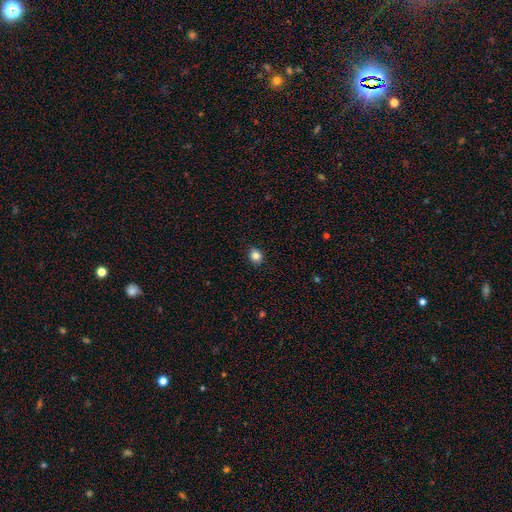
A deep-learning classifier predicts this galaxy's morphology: Smooth or featured: smooth — 83% (star or artifact — 11%)
How rounded: round — 77% (in between — 22%)
Merging: none — 89% (minor disturbance — 9%)